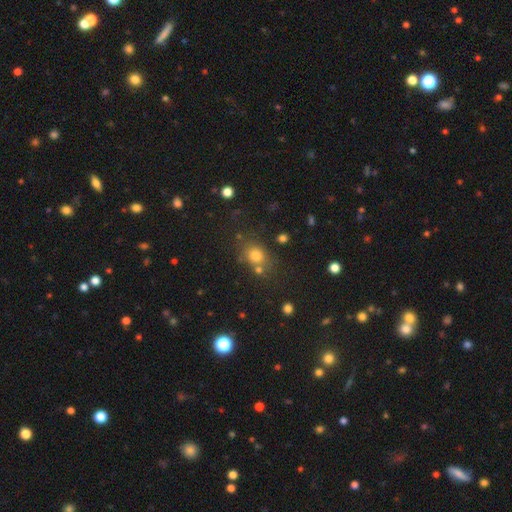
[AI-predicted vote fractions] Smooth or featured: smooth — 75% (star or artifact — 16%)
How rounded: round — 65% (in between — 34%)
Merging: none — 66% (merger — 15%)